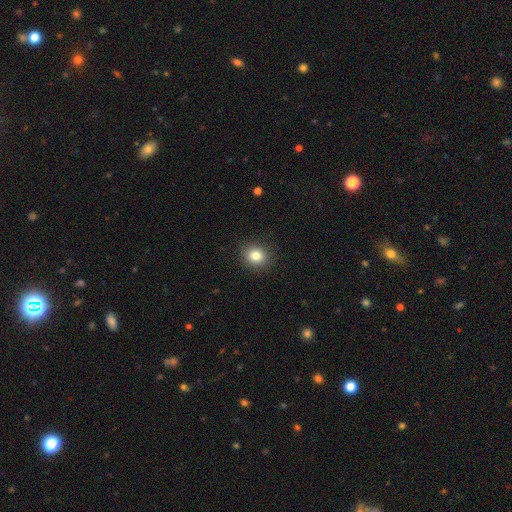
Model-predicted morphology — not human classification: smooth-or-featured: smooth: 83% | star or artifact: 11% | featured or disk: 7%
  how-rounded: round: 76% | in between: 24% | cigar-shaped: 1%
  merging: none: 90% | minor disturbance: 7% | major disturbance: 2% | merger: 1%